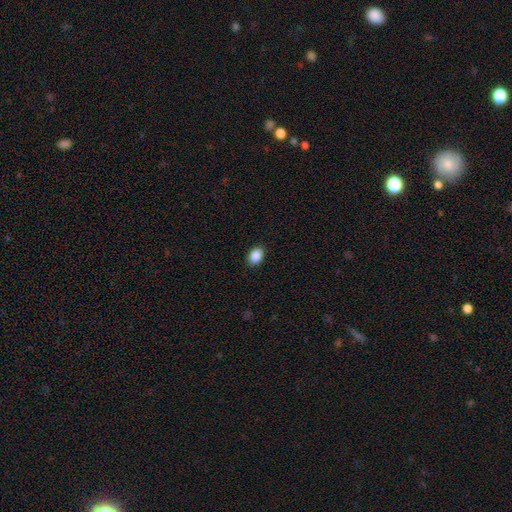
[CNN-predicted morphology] A smooth galaxy with no disk features (89%) that is in between round and cigar-shaped (78%).

Vote fractions:
- Smooth or featured? smooth: 89% / star or artifact: 8% / featured or disk: 3%
- How rounded? in between: 78% / round: 21% / cigar-shaped: 1%
- Merging? none: 89% / minor disturbance: 8% / major disturbance: 2% / merger: 1%